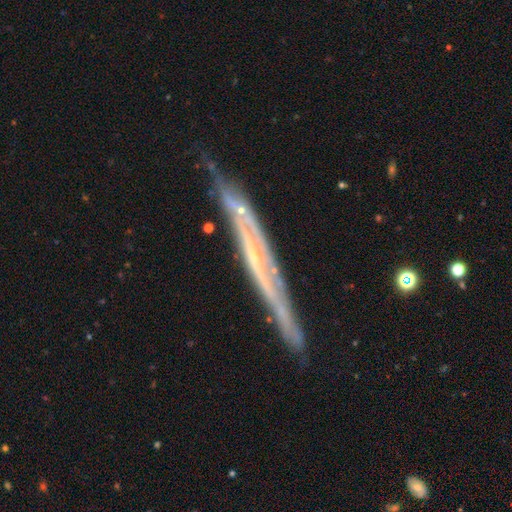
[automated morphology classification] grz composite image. It shows a featured or disk galaxy (78%) viewed edge-on (79%) with no central bulge (76%). Merging: none (74%).